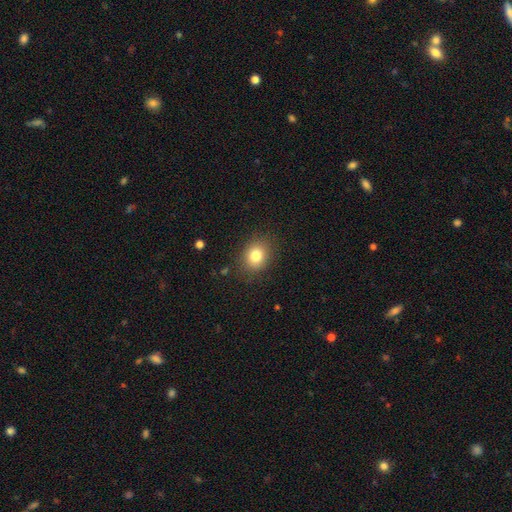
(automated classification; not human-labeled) The model was most divided on "how rounded": round: 52%, in between: 47%, cigar-shaped: 1%. More confident: merging — none (85%); smooth or featured — smooth (81%).